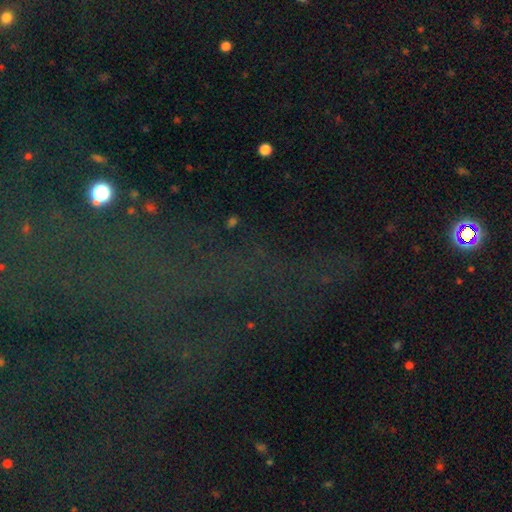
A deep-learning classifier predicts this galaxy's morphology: smooth-or-featured: star or artifact: 72% | smooth: 14% | featured or disk: 13%